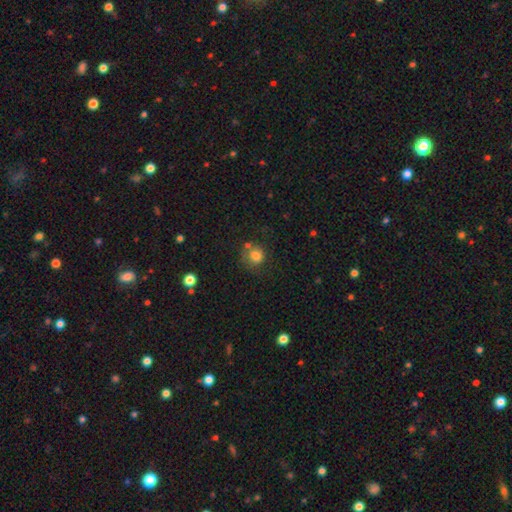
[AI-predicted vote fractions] Smooth or featured? smooth (78%)
How rounded? round (83%)
Merging? none (56%)